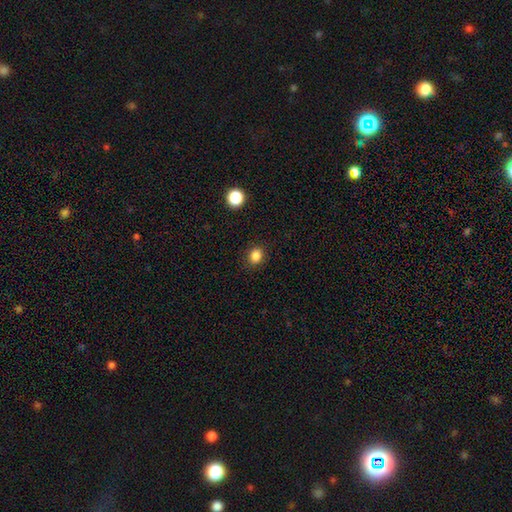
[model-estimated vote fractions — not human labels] Q: Smooth or featured?
A: smooth (85%); runner-up: star or artifact (11%)
Q: How rounded?
A: round (55%); runner-up: in between (44%)
Q: Merging?
A: none (88%); runner-up: minor disturbance (8%)